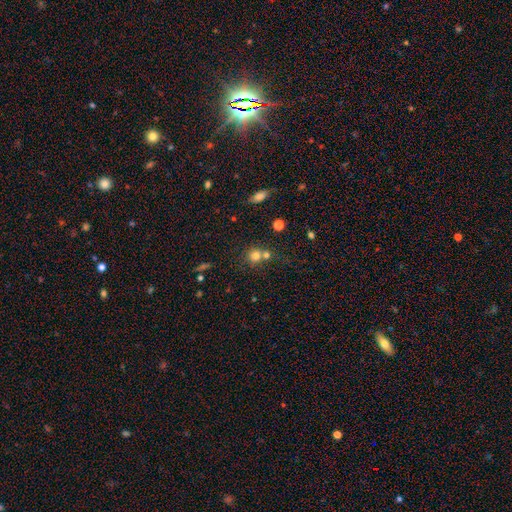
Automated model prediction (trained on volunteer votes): Morphology: type=smooth (74%); roundness=round (86%); merging=none (46%).